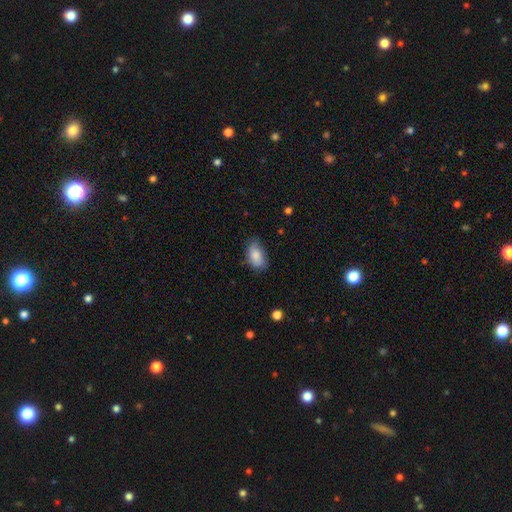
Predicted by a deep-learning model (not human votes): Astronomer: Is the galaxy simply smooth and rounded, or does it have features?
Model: smooth — 83%.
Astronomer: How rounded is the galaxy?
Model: in between — 92%.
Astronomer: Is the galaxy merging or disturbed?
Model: none — 69%.